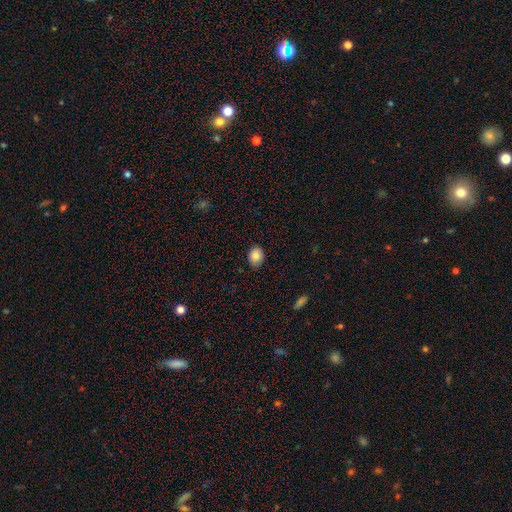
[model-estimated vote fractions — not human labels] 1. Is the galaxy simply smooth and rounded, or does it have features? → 85% smooth, 9% star or artifact, 6% featured or disk.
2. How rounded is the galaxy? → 57% round, 42% in between, 1% cigar-shaped.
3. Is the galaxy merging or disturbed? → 81% none, 15% minor disturbance, 3% major disturbance, 1% merger.